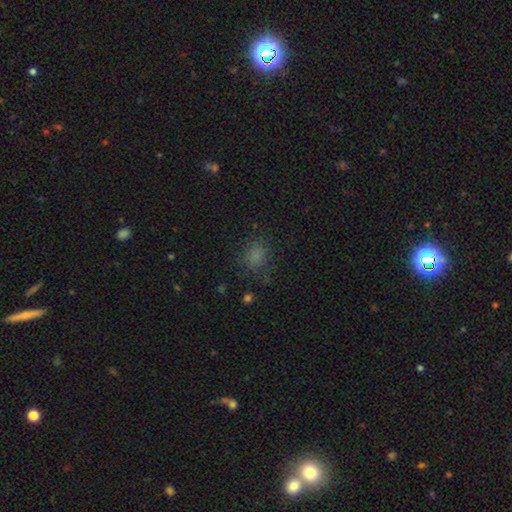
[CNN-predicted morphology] Smooth or featured: smooth — 75% (star or artifact — 18%)
How rounded: round — 60% (in between — 39%)
Merging: none — 75% (minor disturbance — 16%)